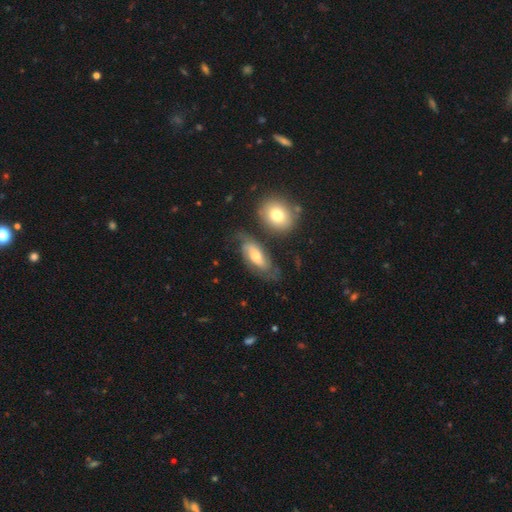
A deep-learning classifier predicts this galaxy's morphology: This appears to be a featured or disk galaxy (60%) with no bar (55%), spiral arms (83%) and a moderate central bulge (64%). Merging: none (55%).